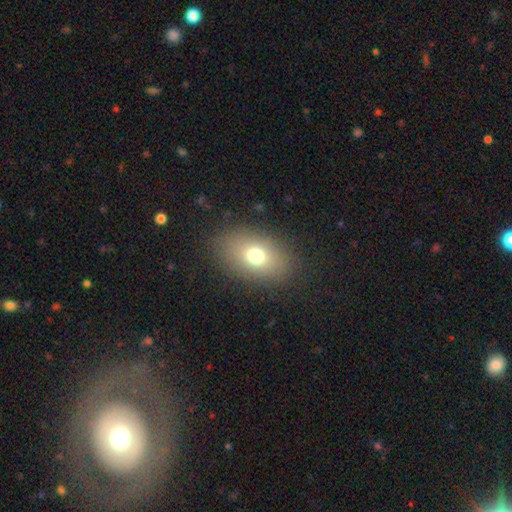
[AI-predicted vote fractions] smooth 72%, featured or disk 15%, star or artifact 13%. Down the decision tree: how rounded — in between (81%); merging — none (84%).